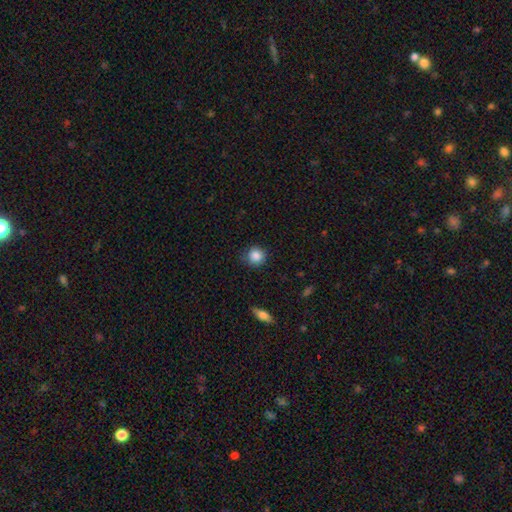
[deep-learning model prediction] A smooth galaxy with no disk features (87%) that is round (90%). Merging: none (82%).